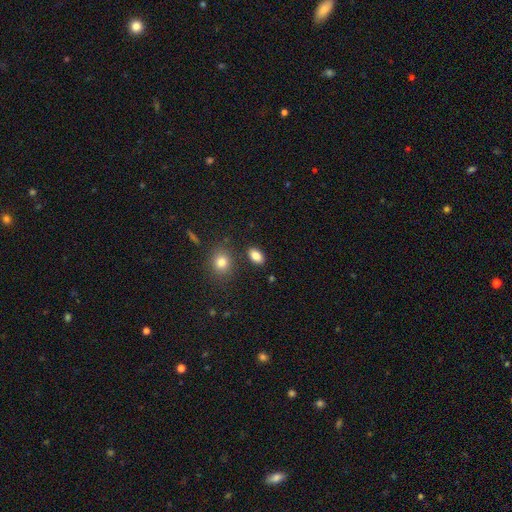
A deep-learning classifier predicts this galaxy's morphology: This appears to be a smooth galaxy with no disk features (85%) that is in between round and cigar-shaped (88%). Merging: none (84%).